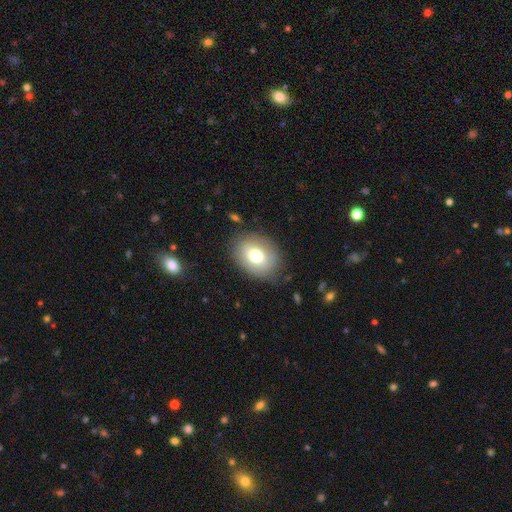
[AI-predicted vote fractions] Smooth or featured? Predicted: smooth (p=0.72). How rounded? Predicted: in between (p=0.64). Merging? Predicted: none (p=0.80).